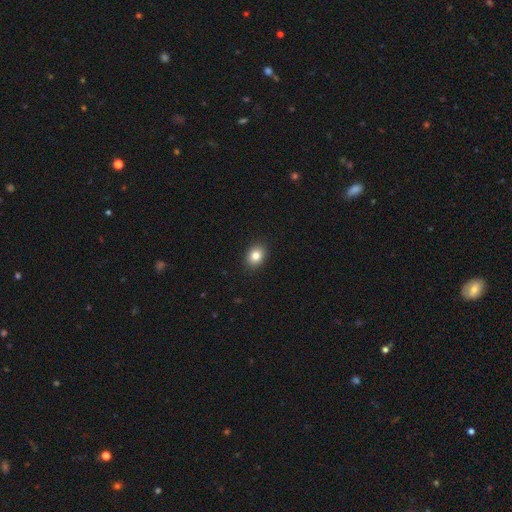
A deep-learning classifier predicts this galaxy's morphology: This is clearly a smooth galaxy (83%). How rounded: possibly in between (52%). Merging: clearly none (91%).